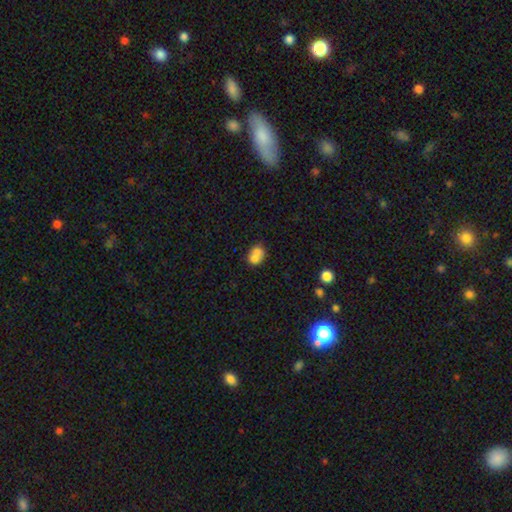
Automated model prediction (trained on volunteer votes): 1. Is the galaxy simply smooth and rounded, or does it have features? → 71% smooth, 19% featured or disk, 10% star or artifact.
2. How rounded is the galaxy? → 50% round, 49% in between, 1% cigar-shaped.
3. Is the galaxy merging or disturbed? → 57% merger, 29% none, 9% minor disturbance, 4% major disturbance.